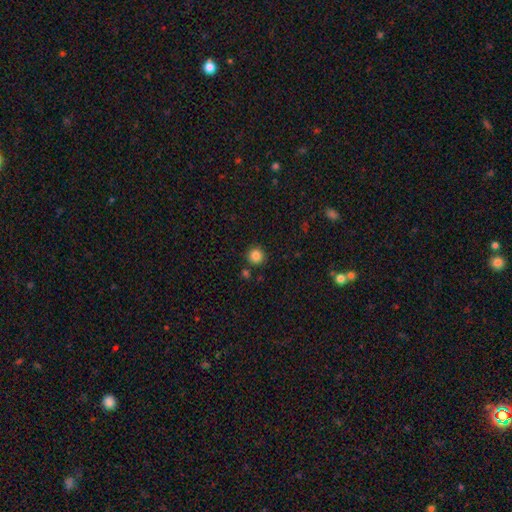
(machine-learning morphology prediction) Smooth or featured? Predicted: smooth (p=0.86). How rounded? Predicted: round (p=0.94). Merging? Predicted: none (p=0.87).